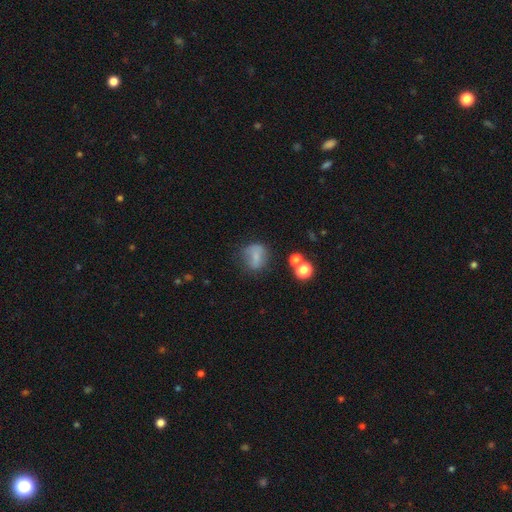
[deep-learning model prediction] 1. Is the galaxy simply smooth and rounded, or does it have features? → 67% smooth, 19% featured or disk, 14% star or artifact.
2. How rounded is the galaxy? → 57% round, 40% in between, 2% cigar-shaped.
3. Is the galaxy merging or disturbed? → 53% none, 25% minor disturbance, 14% major disturbance, 7% merger.